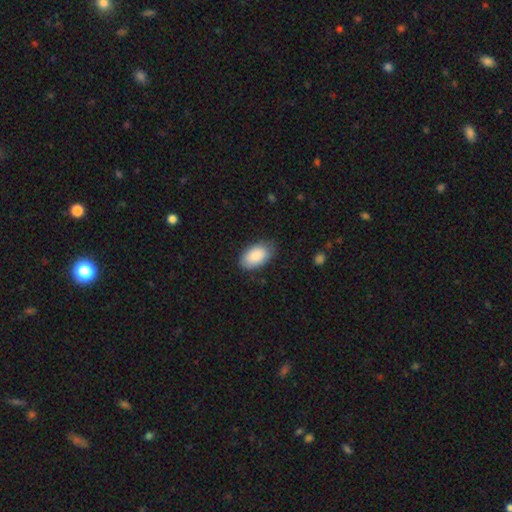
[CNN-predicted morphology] This is clearly a smooth galaxy (89%). How rounded: clearly in between (95%). Merging: likely none (80%).